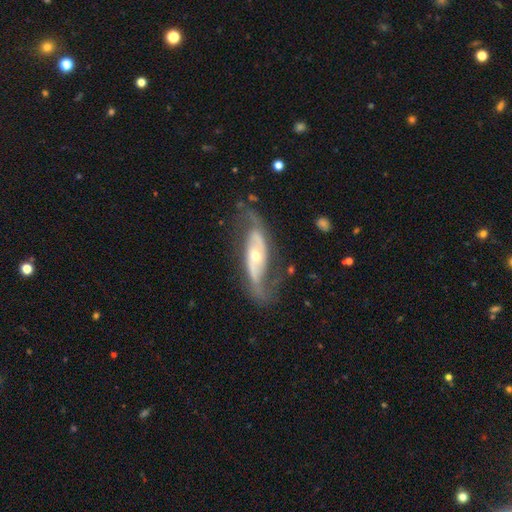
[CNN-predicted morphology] A featured or disk galaxy (84%) with no bar (54%), 2 (87%) loose (52%) spiral arms (91%) and a moderate central bulge (52%).

Vote fractions:
- Smooth or featured? featured or disk: 84% / smooth: 11% / star or artifact: 5%
- Edge-on disk? no: 88% / yes: 12%
- Bar? no: 54% / weak: 27% / strong: 20%
- Spiral arms? yes: 91% / no: 9%
- Spiral winding? loose: 52% / medium: 34% / tight: 14%
- Spiral arm count? 2: 87% / can't tell: 6% / 1: 4% / 3: 1% / 4: 1% / more than 4: 1%
- Bulge size? moderate: 52% / small: 43% / large: 4% / dominant: 1% / none: 1%
- Merging? none: 63% / minor disturbance: 20% / major disturbance: 15% / merger: 2%